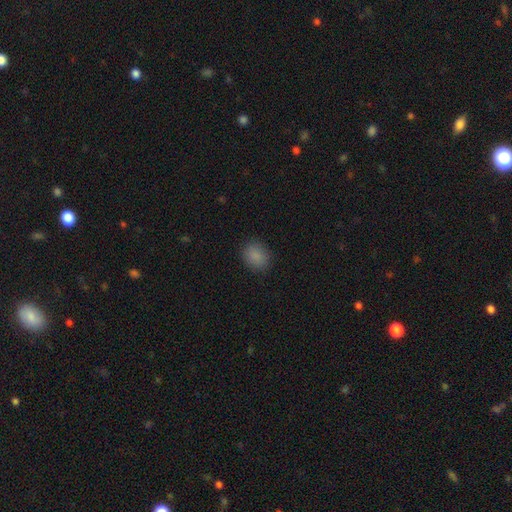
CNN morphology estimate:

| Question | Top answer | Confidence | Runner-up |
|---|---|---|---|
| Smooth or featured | smooth | 87% | star or artifact (10%) |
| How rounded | round | 56% | in between (43%) |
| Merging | none | 87% | minor disturbance (10%) |